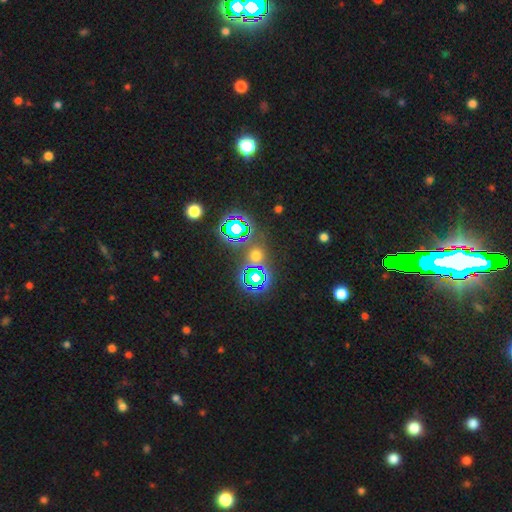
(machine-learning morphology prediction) This appears to be a star or artifact, not a galaxy (56%).